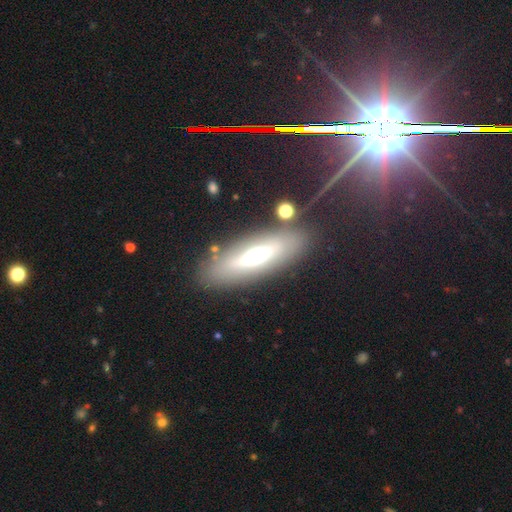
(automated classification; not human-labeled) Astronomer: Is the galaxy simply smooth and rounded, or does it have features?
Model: featured or disk — 46% (runner-up: smooth, 43%).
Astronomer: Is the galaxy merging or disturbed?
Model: none — 80%.